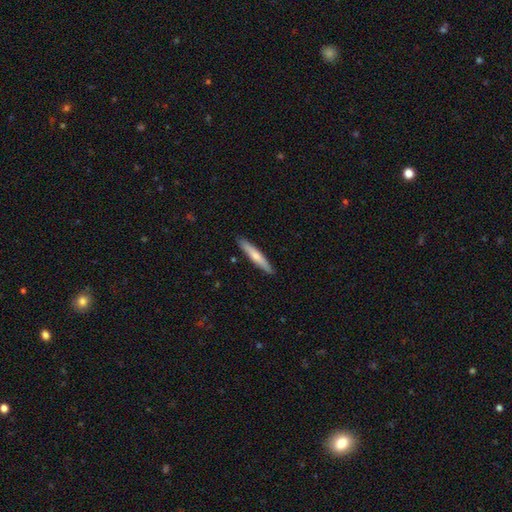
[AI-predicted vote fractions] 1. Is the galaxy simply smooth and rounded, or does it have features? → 63% smooth, 32% featured or disk, 5% star or artifact.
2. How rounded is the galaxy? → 92% cigar-shaped, 7% in between, 1% round.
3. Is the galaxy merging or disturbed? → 90% none, 8% minor disturbance, 1% major disturbance, 1% merger.